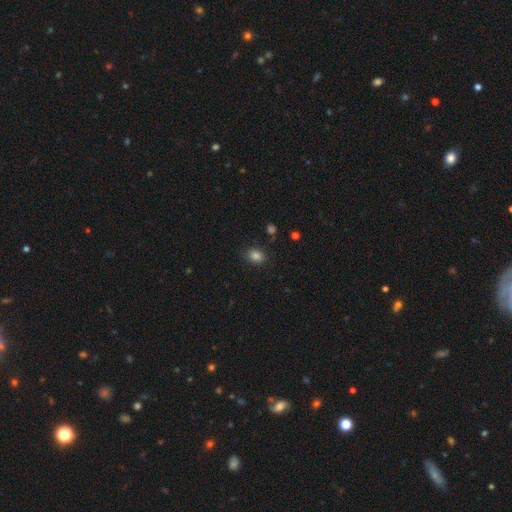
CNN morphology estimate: Smooth or featured?
  - smooth: 84% *
  - star or artifact: 11%
  - featured or disk: 5%
How rounded?
  - in between: 65% *
  - round: 34%
  - cigar-shaped: 1%
Merging?
  - none: 84% *
  - minor disturbance: 11%
  - major disturbance: 3%
  - merger: 2%